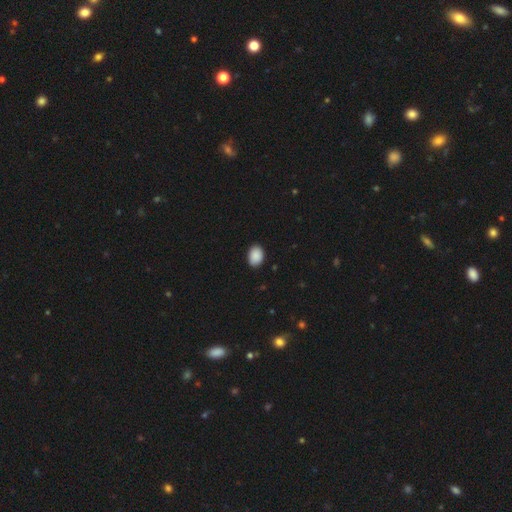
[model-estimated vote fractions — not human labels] smooth_or_featured: smooth (p=0.90) [alt: star or artifact p=0.07]
how_rounded: in between (p=0.76) [alt: round p=0.23]
merging: none (p=0.89) [alt: minor disturbance p=0.08]